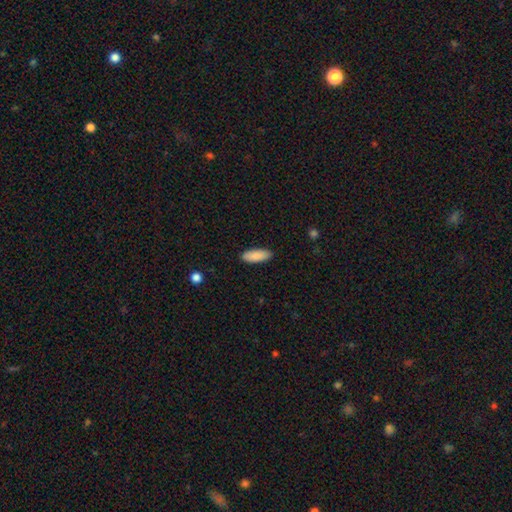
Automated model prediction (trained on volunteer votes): This appears to be a smooth galaxy with no disk features (90%) that is in between round and cigar-shaped (73%). Merging: none (89%).